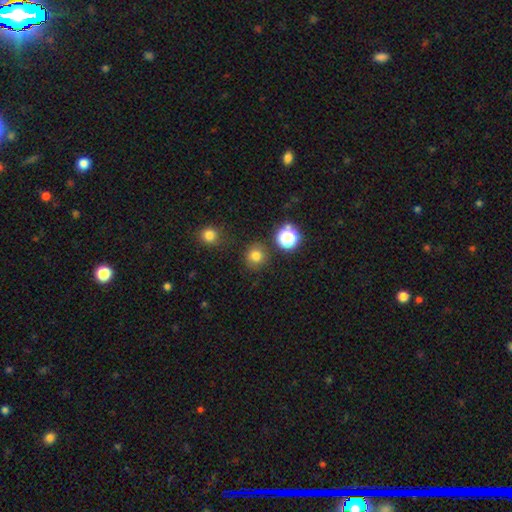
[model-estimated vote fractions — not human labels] A smooth galaxy with no disk features (77%) that is round (90%).

Vote fractions:
- Smooth or featured? smooth: 77% / star or artifact: 18% / featured or disk: 6%
- How rounded? round: 90% / in between: 9% / cigar-shaped: 1%
- Merging? none: 84% / minor disturbance: 9% / merger: 4% / major disturbance: 3%